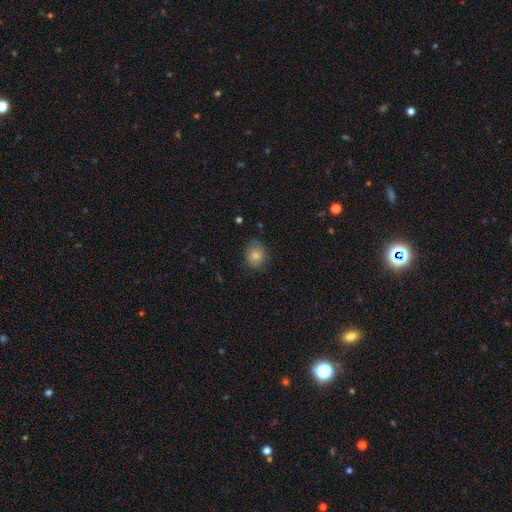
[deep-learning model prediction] Smooth or featured?
  - smooth: 78% *
  - featured or disk: 12%
  - star or artifact: 10%
How rounded?
  - round: 64% *
  - in between: 35%
  - cigar-shaped: 1%
Merging?
  - none: 80% *
  - minor disturbance: 15%
  - major disturbance: 4%
  - merger: 1%